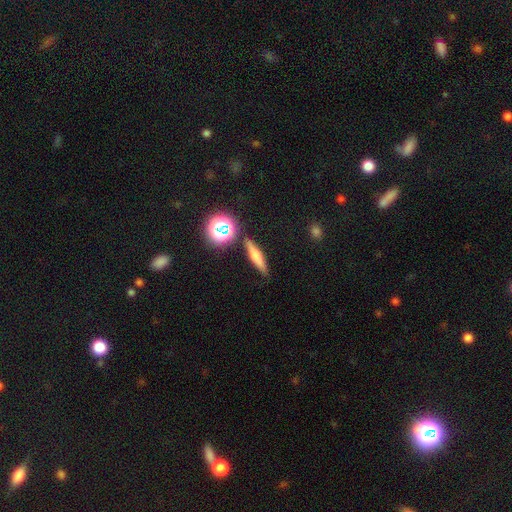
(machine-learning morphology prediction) Smooth or featured? smooth (59%)
How rounded? cigar-shaped (77%)
Merging? none (84%)